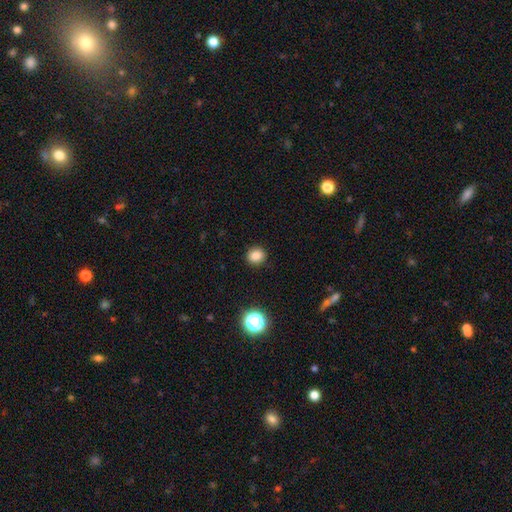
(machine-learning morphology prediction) This appears to be a smooth galaxy with no disk features (84%) that is round (83%). Merging: none (91%).